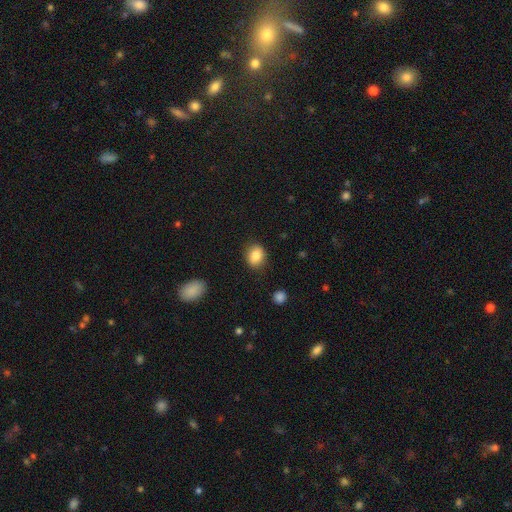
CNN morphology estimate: A smooth galaxy with no disk features (84%) that is round (54%). Merging: none (85%).